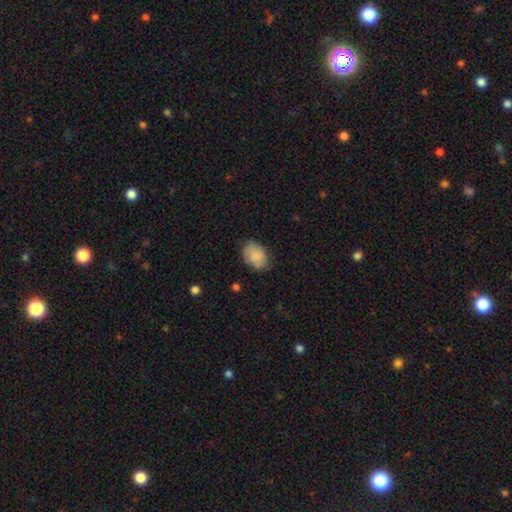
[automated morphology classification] Smooth or featured? Predicted: smooth (p=0.82). How rounded? Predicted: in between (p=0.84). Merging? Predicted: none (p=0.75).